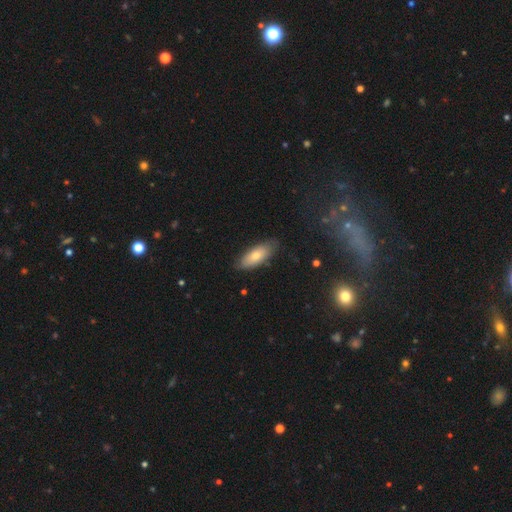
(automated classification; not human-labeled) smooth-or-featured: smooth: 71% | featured or disk: 23% | star or artifact: 6%
  how-rounded: in between: 78% | cigar-shaped: 19% | round: 2%
  merging: none: 78% | minor disturbance: 18% | major disturbance: 3% | merger: 1%